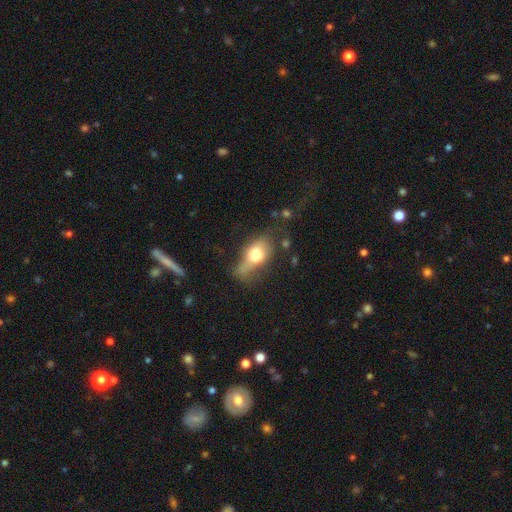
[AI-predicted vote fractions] Smooth or featured: smooth — 66% (featured or disk — 25%)
How rounded: in between — 80% (round — 14%)
Merging: major disturbance — 33% (minor disturbance — 30%)